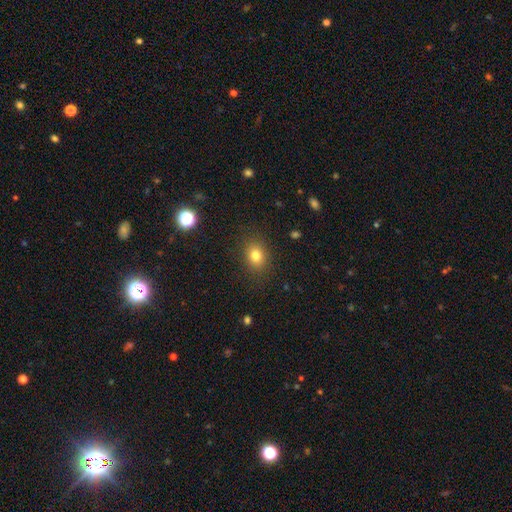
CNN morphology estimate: This appears to be a smooth galaxy with no disk features (79%) that is round (52%). Merging: none (87%).